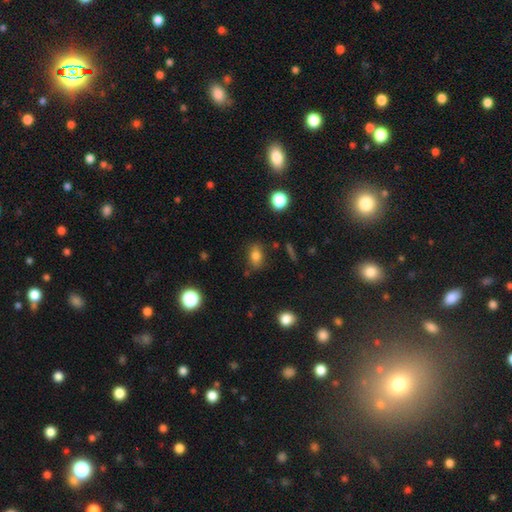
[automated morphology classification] The model was most divided on "how rounded": in between: 76%, round: 22%, cigar-shaped: 3%. More confident: smooth or featured — smooth (79%); merging — none (77%).